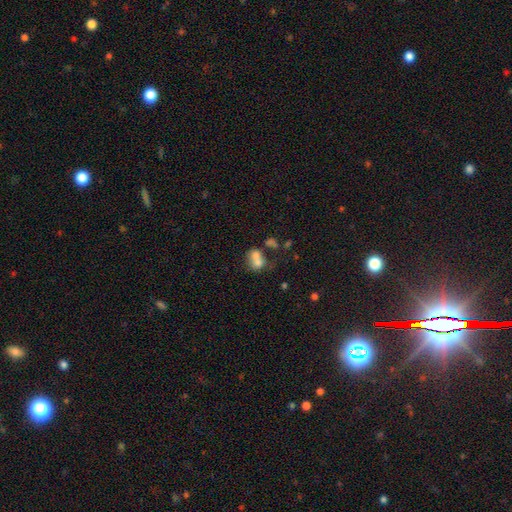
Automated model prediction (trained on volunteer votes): smooth_or_featured: smooth (p=0.65) [alt: featured or disk p=0.23]
how_rounded: in between (p=0.52) [alt: round p=0.47]
merging: merger (p=0.65) [alt: none p=0.21]